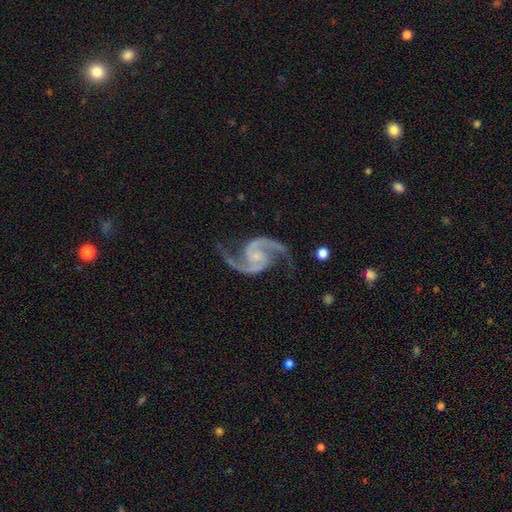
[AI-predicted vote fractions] This appears to be a featured or disk galaxy (94%) with no bar (52%), 2 (95%) medium (65%) spiral arms (99%) and a small central bulge (57%). Merging: none (79%).